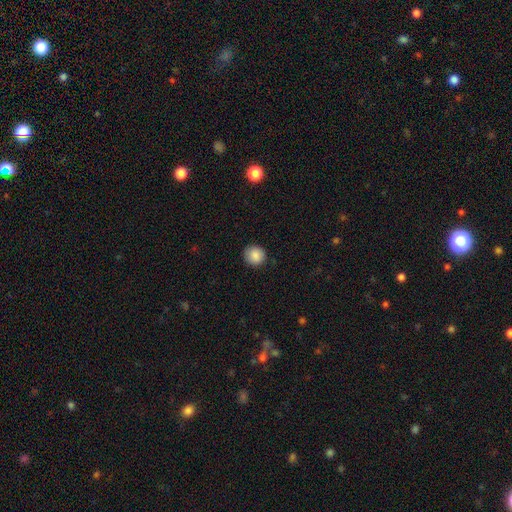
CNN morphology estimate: Q: Smooth or featured?
A: smooth (88%); runner-up: star or artifact (8%)
Q: How rounded?
A: round (90%); runner-up: in between (9%)
Q: Merging?
A: none (89%); runner-up: minor disturbance (8%)